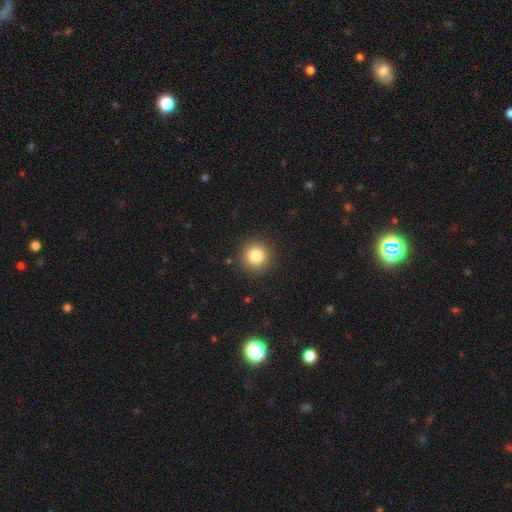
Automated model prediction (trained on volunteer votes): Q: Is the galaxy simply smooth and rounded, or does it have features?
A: smooth — 82%.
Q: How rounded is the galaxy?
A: round — 94%.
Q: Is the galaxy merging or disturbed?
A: none — 91%.